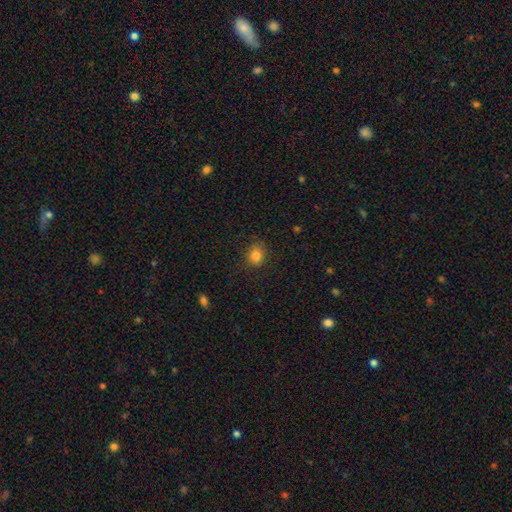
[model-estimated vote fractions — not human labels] smooth-or-featured: smooth: 84% | star or artifact: 11% | featured or disk: 5%
  how-rounded: round: 62% | in between: 37% | cigar-shaped: 1%
  merging: none: 83% | minor disturbance: 12% | major disturbance: 3% | merger: 1%